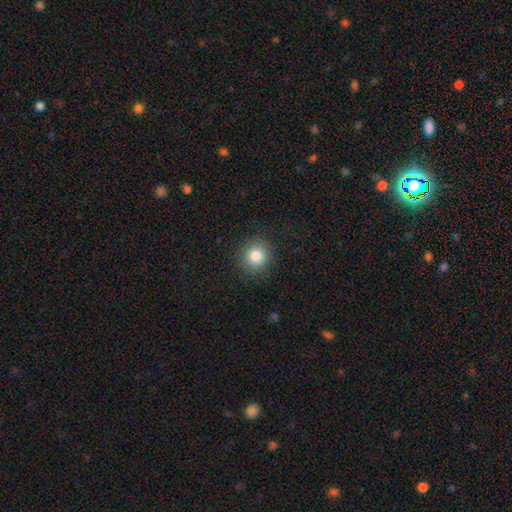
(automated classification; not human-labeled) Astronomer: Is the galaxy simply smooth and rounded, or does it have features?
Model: smooth — 83%.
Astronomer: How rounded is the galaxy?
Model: round — 91%.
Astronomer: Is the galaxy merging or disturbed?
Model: none — 88%.